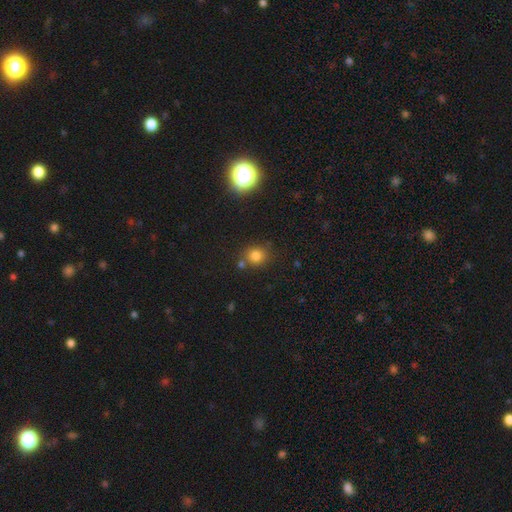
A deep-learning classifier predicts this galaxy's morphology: Smooth or featured? Predicted: smooth (p=0.76). How rounded? Predicted: round (p=0.78). Merging? Predicted: none (p=0.72).